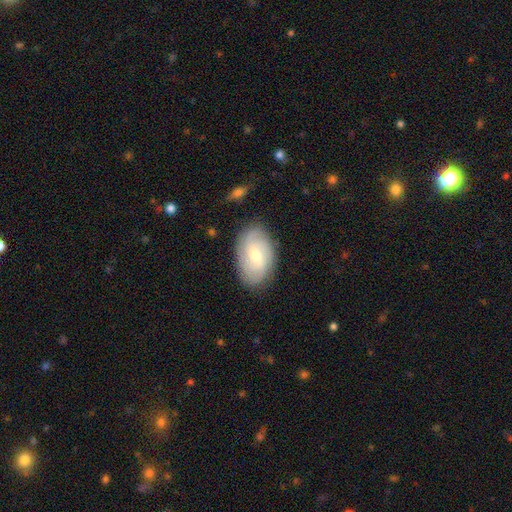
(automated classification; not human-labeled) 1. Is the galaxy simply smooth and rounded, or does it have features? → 59% featured or disk, 34% smooth, 7% star or artifact.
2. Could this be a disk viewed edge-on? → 94% no, 6% yes.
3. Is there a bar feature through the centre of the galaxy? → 53% weak, 35% no, 12% strong.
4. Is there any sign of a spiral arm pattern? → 87% yes, 13% no.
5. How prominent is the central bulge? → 47% small (tied), 47% moderate (tied), 3% large, 2% none, 1% dominant.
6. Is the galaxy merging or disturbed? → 82% none, 13% minor disturbance, 3% major disturbance, 1% merger.